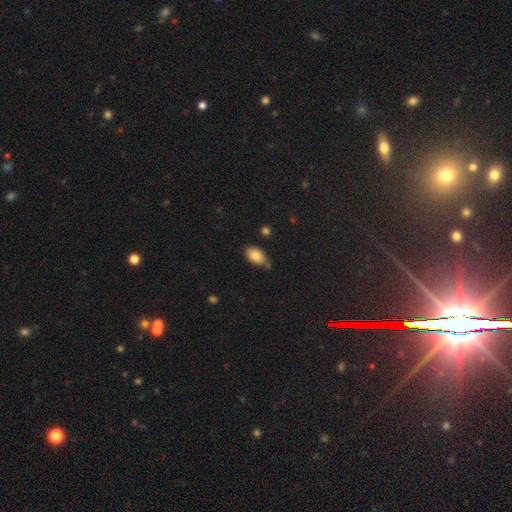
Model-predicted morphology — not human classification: smooth_or_featured: smooth (p=0.83) [alt: featured or disk p=0.09]
how_rounded: in between (p=0.91) [alt: round p=0.08]
merging: none (p=0.71) [alt: minor disturbance p=0.19]